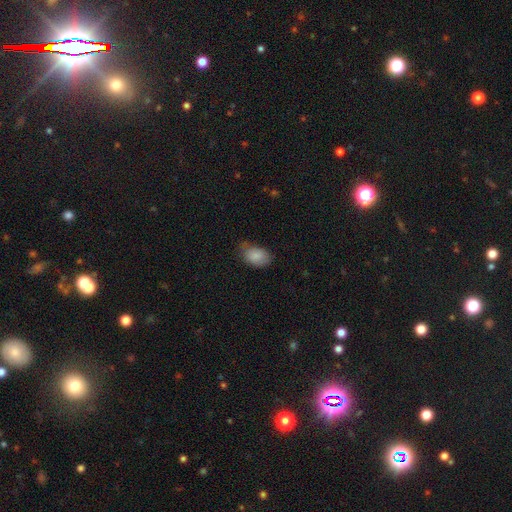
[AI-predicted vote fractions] Smooth or featured? smooth (86%)
How rounded? in between (89%)
Merging? none (57%)